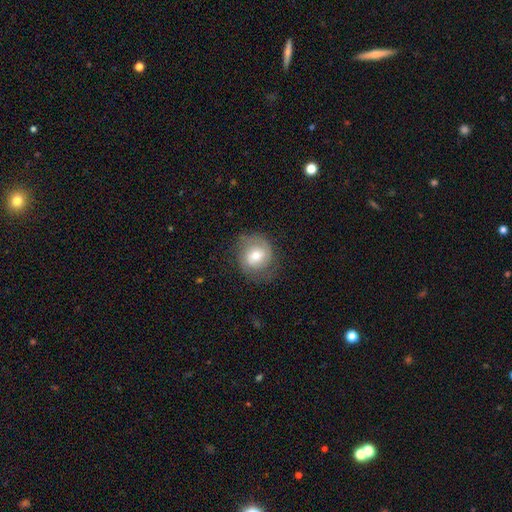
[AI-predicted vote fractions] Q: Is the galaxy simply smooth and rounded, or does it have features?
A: featured or disk — 48%.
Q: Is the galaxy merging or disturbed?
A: none — 69%.